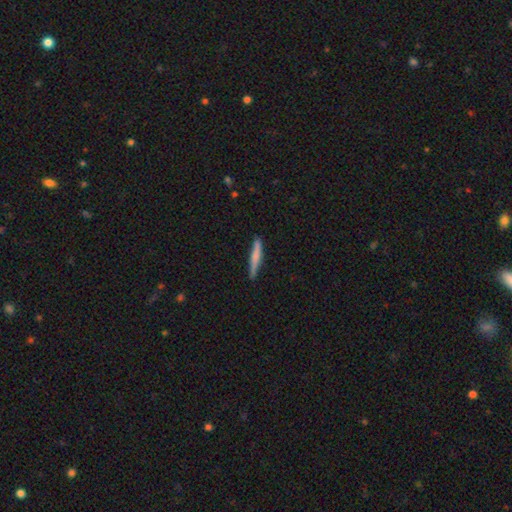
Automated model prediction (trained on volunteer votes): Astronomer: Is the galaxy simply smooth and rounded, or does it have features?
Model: smooth — 65%.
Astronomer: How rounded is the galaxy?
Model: cigar-shaped — 94%.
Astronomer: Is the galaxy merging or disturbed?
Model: none — 83%.